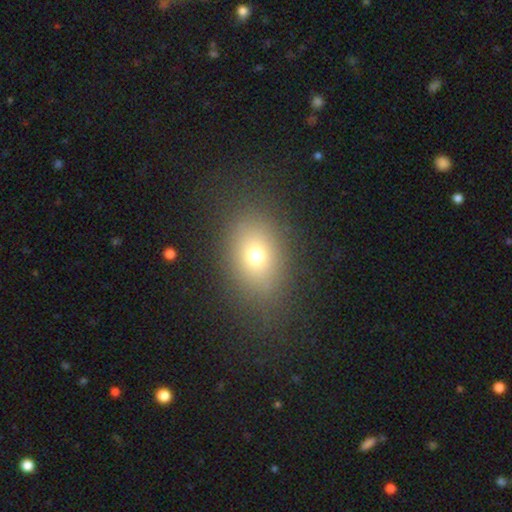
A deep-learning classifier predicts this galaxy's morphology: A smooth galaxy with no disk features (71%) that is in between round and cigar-shaped (70%). Merging: none (81%).